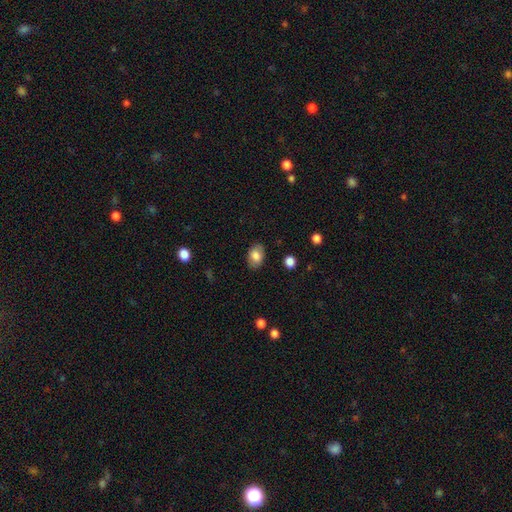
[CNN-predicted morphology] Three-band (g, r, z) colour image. It shows a smooth galaxy with no disk features (79%) that is in between round and cigar-shaped (85%). Merging: none (84%).